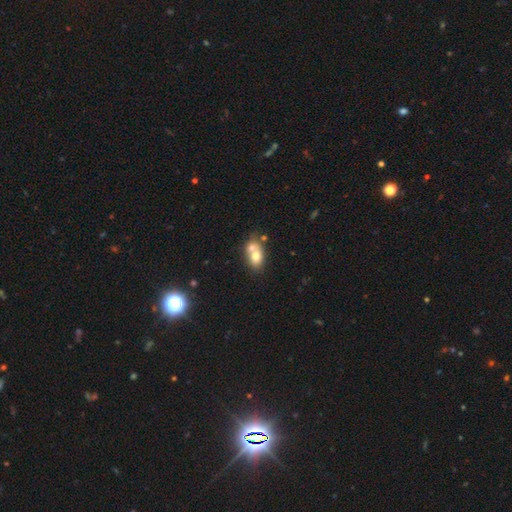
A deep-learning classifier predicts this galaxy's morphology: type=smooth (68%); roundness=in between (69%); merging=merger (59%).